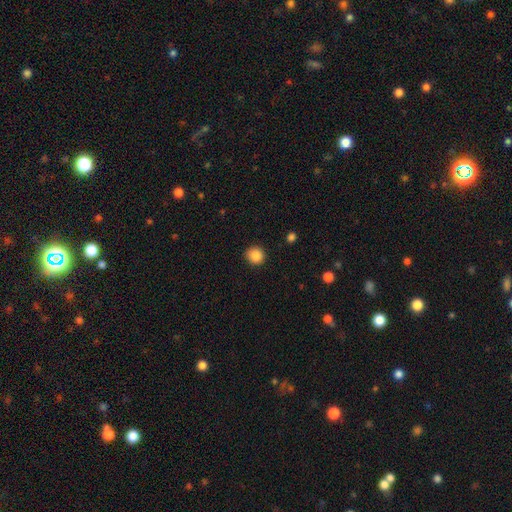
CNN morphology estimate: type=smooth (87%); roundness=round (91%); merging=none (88%).